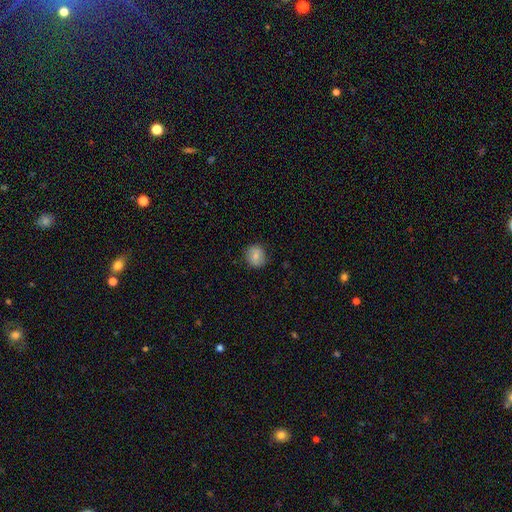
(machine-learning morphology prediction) Smooth or featured: smooth — 76% (featured or disk — 15%)
How rounded: round — 82% (in between — 17%)
Merging: none — 86% (minor disturbance — 11%)